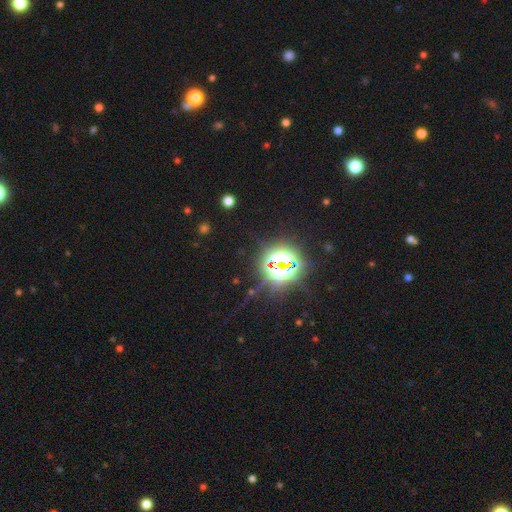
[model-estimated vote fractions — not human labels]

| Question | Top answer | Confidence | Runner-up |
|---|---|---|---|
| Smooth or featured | star or artifact | 81% | smooth (11%) |